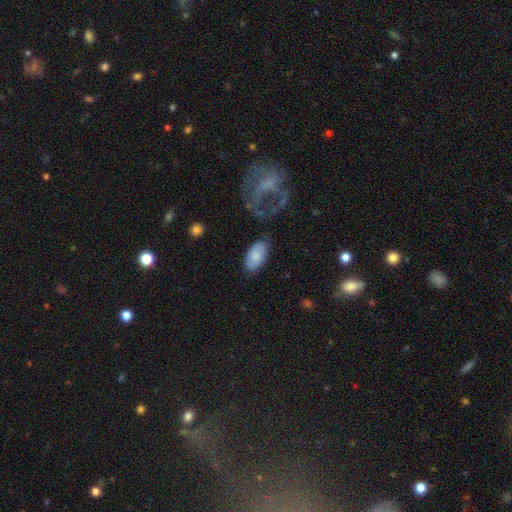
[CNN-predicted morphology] smooth_or_featured: smooth (p=0.78) [alt: featured or disk p=0.16]
how_rounded: in between (p=0.94) [alt: round p=0.04]
merging: none (p=0.79) [alt: minor disturbance p=0.14]